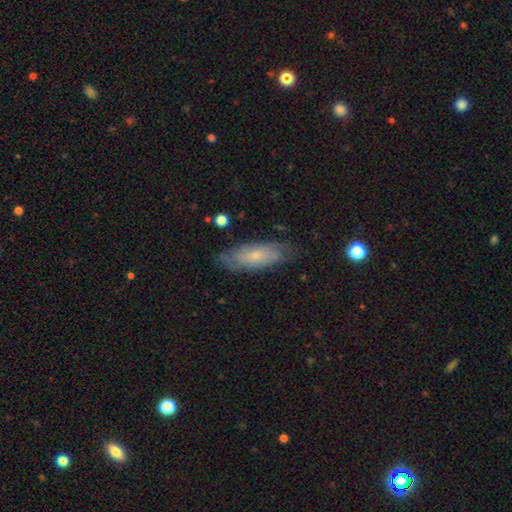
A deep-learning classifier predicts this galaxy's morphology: Overall: smooth (51%; featured or disk 41%). How rounded: in between (67%; cigar-shaped 30%). Merging: none (73%).